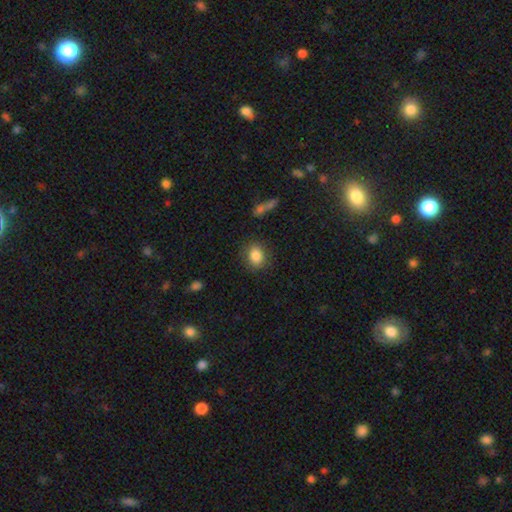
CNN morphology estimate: smooth-or-featured: smooth: 85% | star or artifact: 9% | featured or disk: 6%
  how-rounded: round: 50% | in between: 48% | cigar-shaped: 1%
  merging: none: 83% | minor disturbance: 11% | major disturbance: 3% | merger: 2%